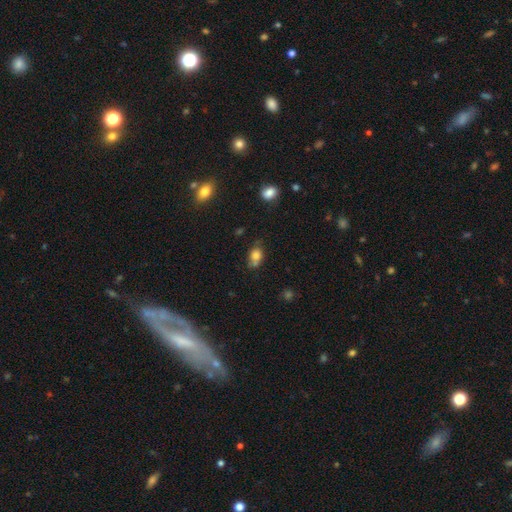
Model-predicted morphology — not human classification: A smooth galaxy with no disk features (77%) that is in between round and cigar-shaped (58%).

Vote fractions:
- Smooth or featured? smooth: 77% / star or artifact: 12% / featured or disk: 11%
- How rounded? in between: 58% / round: 40% / cigar-shaped: 2%
- Merging? none: 46% / minor disturbance: 25% / merger: 21% / major disturbance: 8%